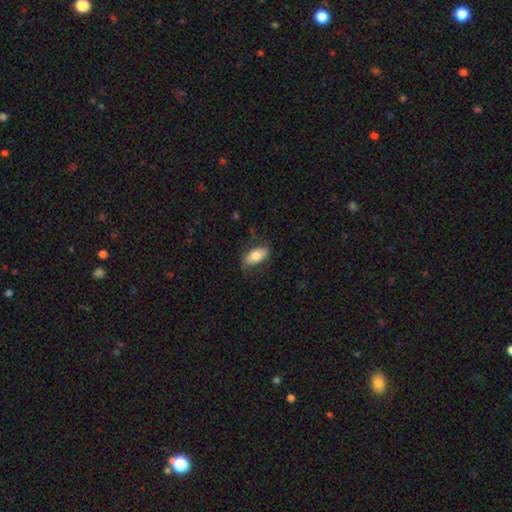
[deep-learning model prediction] A smooth galaxy with no disk features (72%) that is in between round and cigar-shaped (93%).

Vote fractions:
- Smooth or featured? smooth: 72% / featured or disk: 21% / star or artifact: 6%
- How rounded? in between: 93% / round: 4% / cigar-shaped: 4%
- Merging? none: 67% / minor disturbance: 22% / major disturbance: 9% / merger: 1%